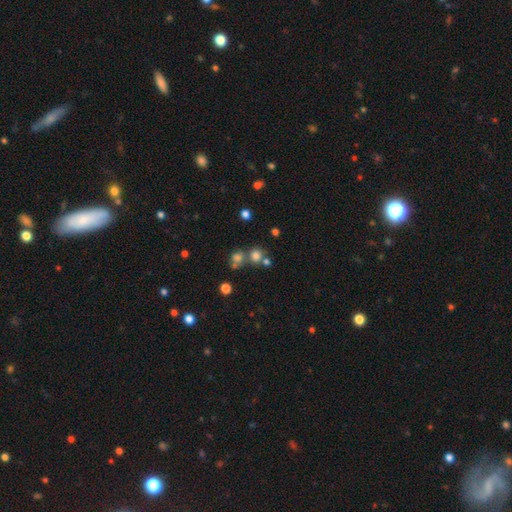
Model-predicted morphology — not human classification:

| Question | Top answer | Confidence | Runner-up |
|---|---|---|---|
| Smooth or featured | smooth | 70% | star or artifact (21%) |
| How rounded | round | 86% | in between (12%) |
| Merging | none | 58% | merger (29%) |